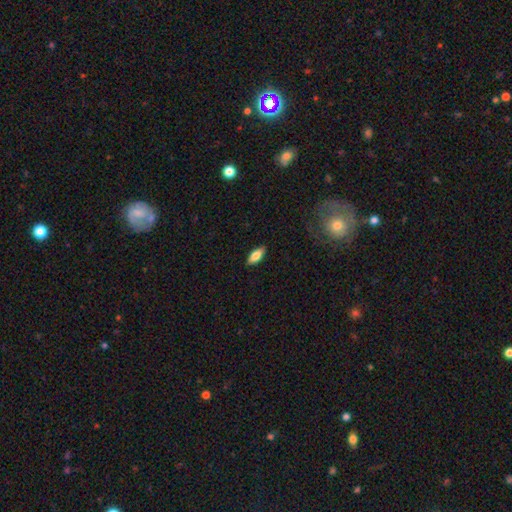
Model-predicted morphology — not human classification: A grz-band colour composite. It shows a smooth galaxy with no disk features (75%) that is in between round and cigar-shaped (80%). Merging: none (89%).